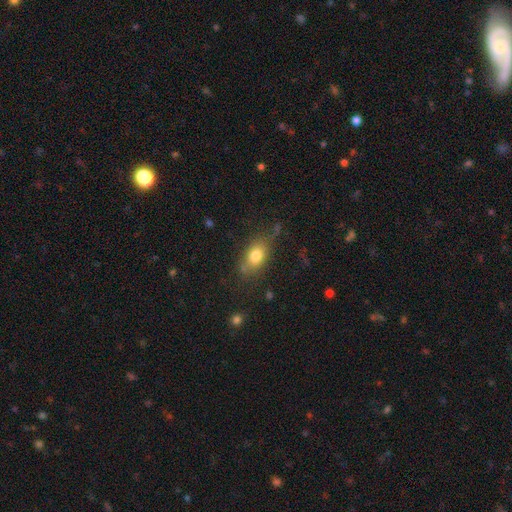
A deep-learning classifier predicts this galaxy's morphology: Smooth or featured: smooth — 77% (featured or disk — 14%)
How rounded: in between — 81% (round — 14%)
Merging: none — 68% (minor disturbance — 20%)